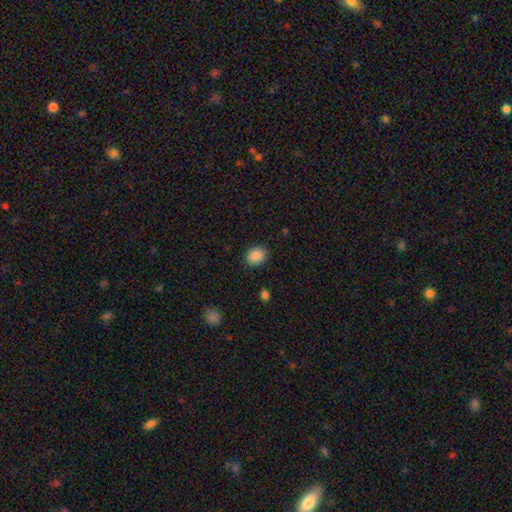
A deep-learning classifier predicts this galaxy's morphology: type=smooth (88%); roundness=round (53%); merging=none (87%).